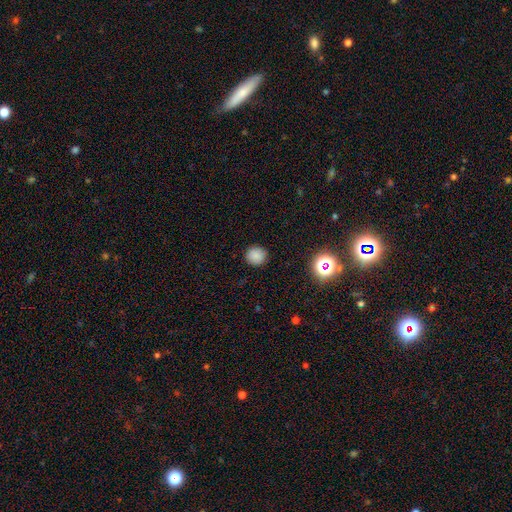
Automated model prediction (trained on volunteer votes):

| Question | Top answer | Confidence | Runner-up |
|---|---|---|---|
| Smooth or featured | smooth | 83% | star or artifact (14%) |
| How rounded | round | 90% | in between (9%) |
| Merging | none | 90% | minor disturbance (6%) |